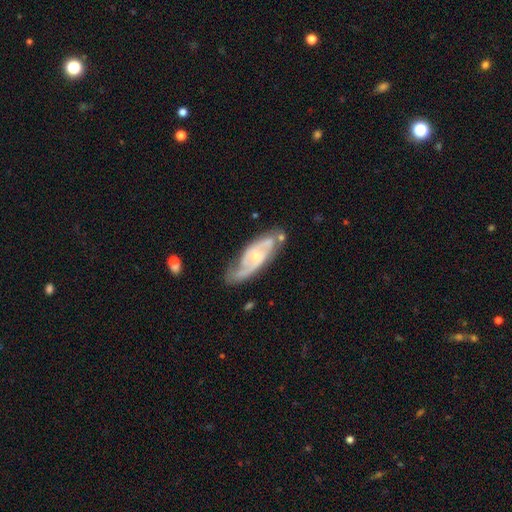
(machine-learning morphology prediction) A featured or disk galaxy (83%) with no bar (51%), 2 (73%) medium (48%) spiral arms (94%) and a small central bulge (61%).

Vote fractions:
- Smooth or featured? featured or disk: 83% / smooth: 12% / star or artifact: 5%
- Edge-on disk? no: 90% / yes: 10%
- Bar? no: 51% / weak: 40% / strong: 10%
- Spiral arms? yes: 94% / no: 6%
- Spiral winding? medium: 48% / tight: 36% / loose: 16%
- Spiral arm count? 2: 73% / can't tell: 13% / 3: 6% / 1: 4% / 4: 2% / more than 4: 1%
- Bulge size? small: 61% / moderate: 32% / none: 4% / large: 2% / dominant: 1%
- Merging? none: 66% / minor disturbance: 22% / major disturbance: 7% / merger: 6%